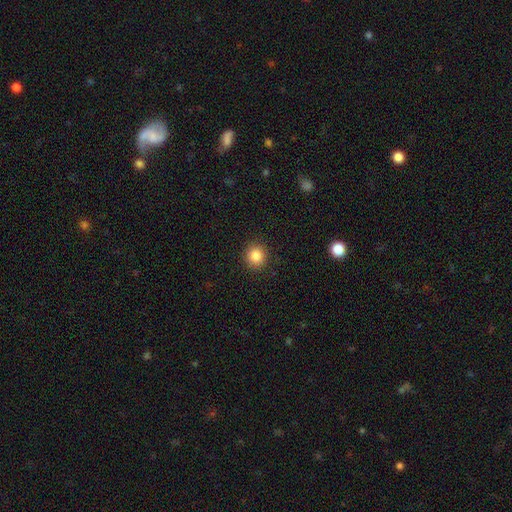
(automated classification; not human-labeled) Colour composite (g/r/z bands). It shows a smooth galaxy with no disk features (85%) that is round (88%). Merging: none (91%).